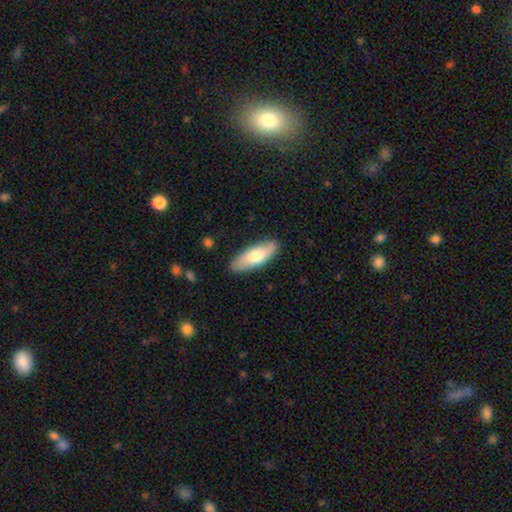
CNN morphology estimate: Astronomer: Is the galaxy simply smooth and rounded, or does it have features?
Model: smooth — 67%.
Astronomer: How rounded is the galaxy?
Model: in between — 67%.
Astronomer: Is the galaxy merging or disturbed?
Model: none — 87%.